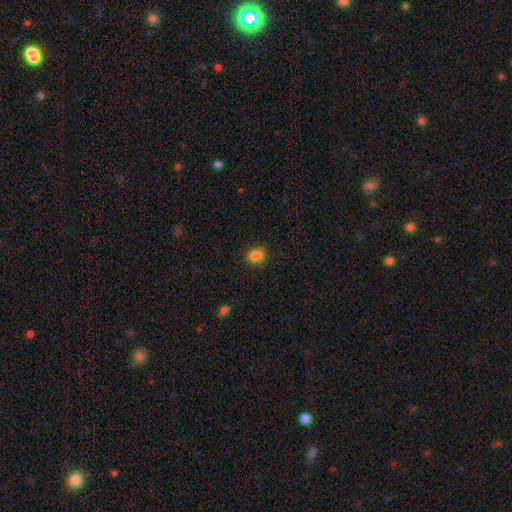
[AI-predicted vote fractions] This appears to be a smooth galaxy with no disk features (85%) that is in between round and cigar-shaped (56%). Merging: none (84%).